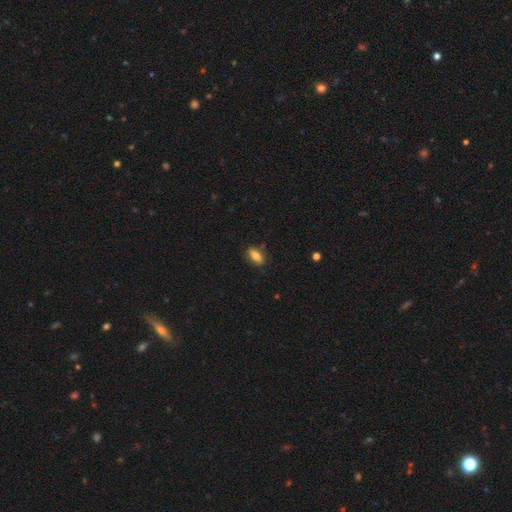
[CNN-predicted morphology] This appears to be a smooth galaxy with no disk features (82%) that is in between round and cigar-shaped (85%). Merging: none (83%).